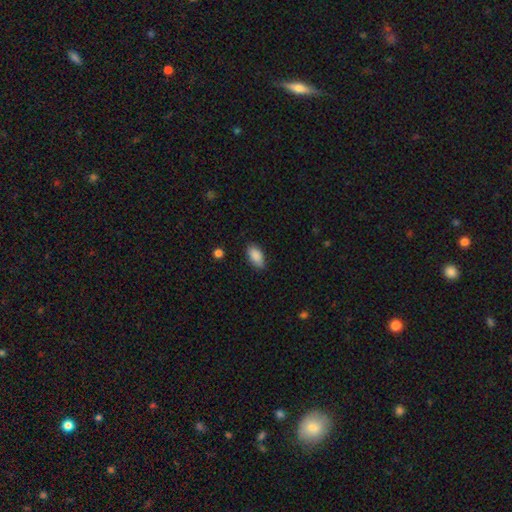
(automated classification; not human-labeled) Smooth or featured? smooth (89%)
How rounded? in between (92%)
Merging? none (82%)